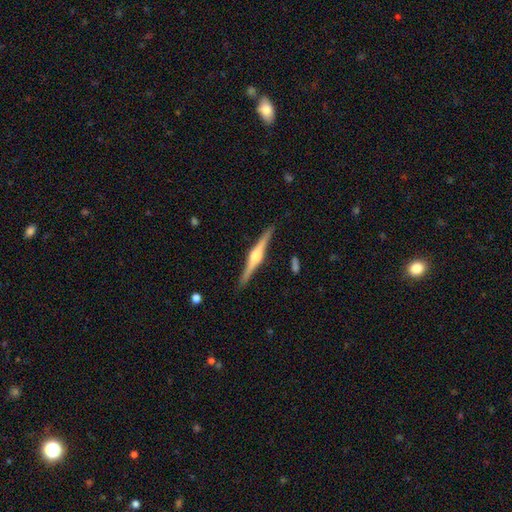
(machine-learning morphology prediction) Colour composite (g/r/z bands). It shows a featured or disk galaxy (83%) viewed edge-on (98%) with a rounded central bulge (91%). Merging: none (90%).